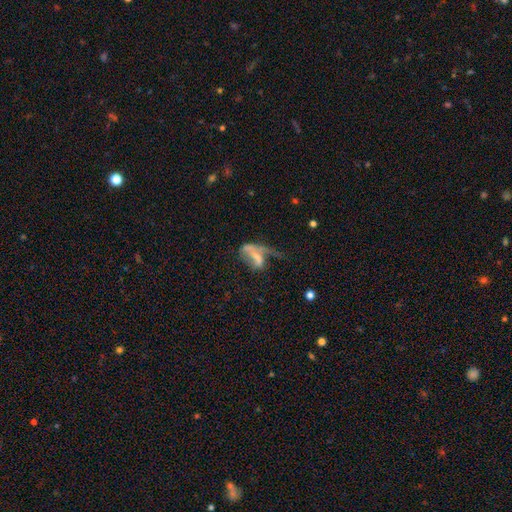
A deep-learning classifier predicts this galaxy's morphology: The model was most divided on "smooth or featured": featured or disk: 49%, smooth: 39%, star or artifact: 12%. More confident: merging — major disturbance (54%).